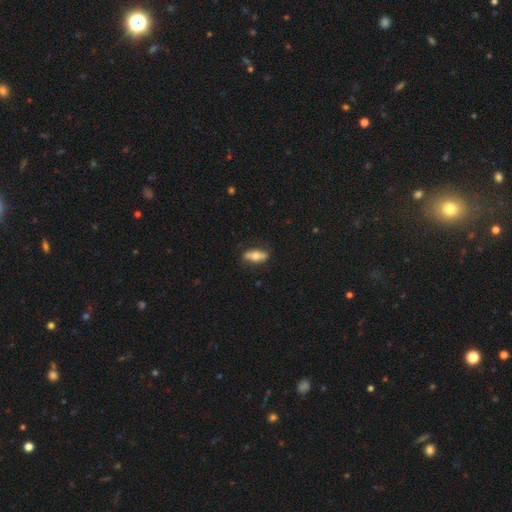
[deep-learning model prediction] A smooth galaxy with no disk features (60%) that is in between round and cigar-shaped (63%).

Vote fractions:
- Smooth or featured? smooth: 60% / featured or disk: 34% / star or artifact: 6%
- How rounded? in between: 63% / cigar-shaped: 33% / round: 3%
- Merging? none: 82% / minor disturbance: 14% / major disturbance: 3% / merger: 1%